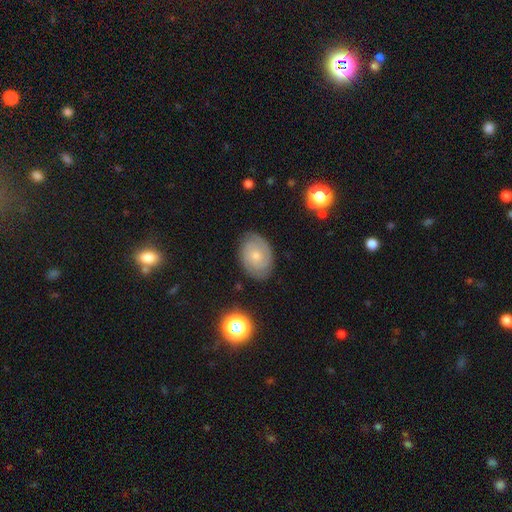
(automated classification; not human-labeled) Smooth or featured? Predicted: featured or disk (p=0.68). Edge-on disk? Predicted: no (p=0.97). Bar? Predicted: no (p=0.75). Spiral arms? Predicted: yes (p=0.90). Spiral winding? Predicted: tight (p=0.69). Spiral arm count? Predicted: 2 (p=0.63). Bulge size? Predicted: small (p=0.62). Merging? Predicted: none (p=0.81).